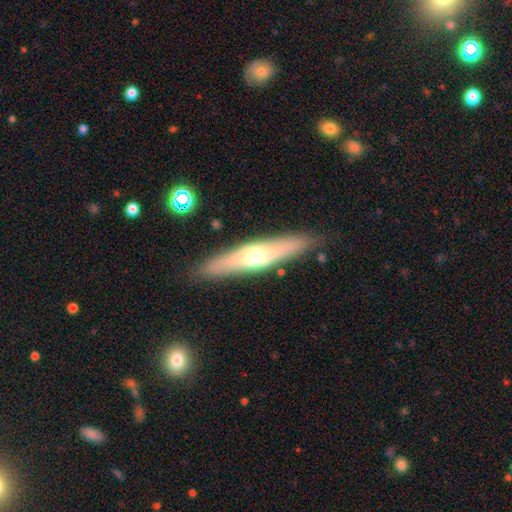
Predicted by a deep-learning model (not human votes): Smooth or featured: featured or disk — 55% (smooth — 39%)
Edge-on disk: yes — 81% (no — 19%)
Merging: none — 87% (minor disturbance — 9%)